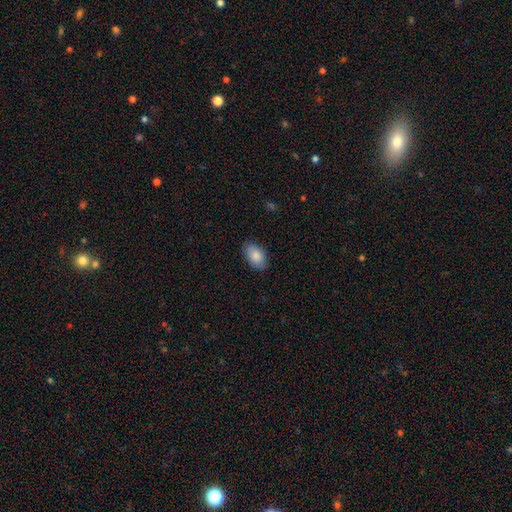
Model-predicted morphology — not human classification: Smooth or featured: smooth — 86% (featured or disk — 8%)
How rounded: in between — 92% (round — 7%)
Merging: none — 85% (minor disturbance — 12%)